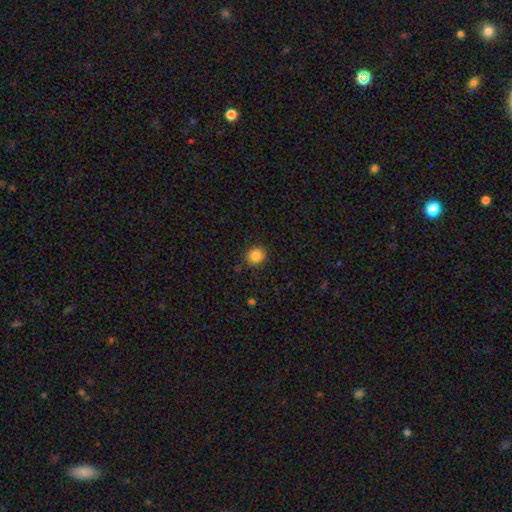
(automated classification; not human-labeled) Smooth or featured? smooth (84%)
How rounded? round (89%)
Merging? none (89%)